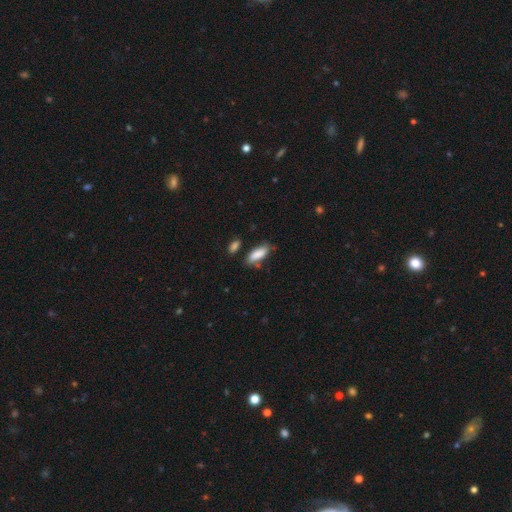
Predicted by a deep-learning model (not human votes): A smooth galaxy with no disk features (86%) that is in between round and cigar-shaped (70%). Merging: none (70%).